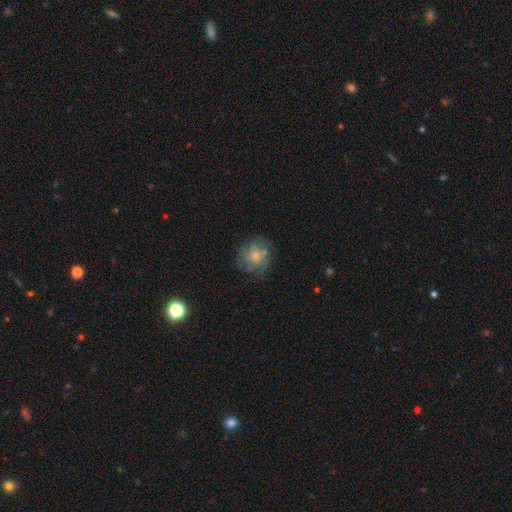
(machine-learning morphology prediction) Smooth or featured? smooth (55%)
How rounded? round (81%)
Merging? none (68%)